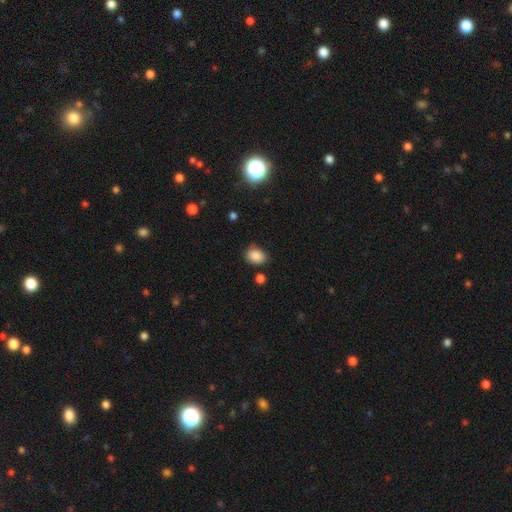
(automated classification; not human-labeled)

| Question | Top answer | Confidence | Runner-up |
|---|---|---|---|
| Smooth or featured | smooth | 86% | star or artifact (10%) |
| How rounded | in between | 66% | round (33%) |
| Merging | none | 75% | minor disturbance (18%) |